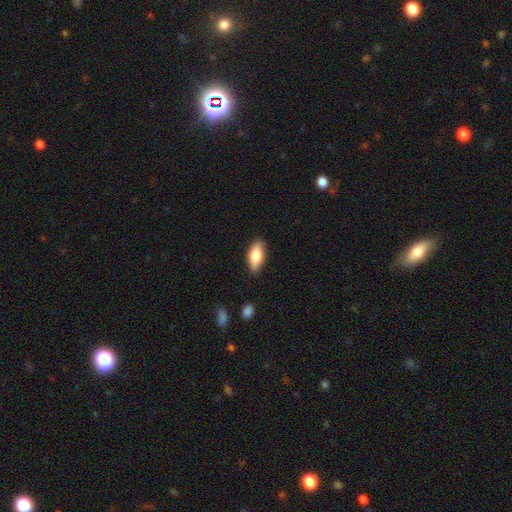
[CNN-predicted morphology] Smooth or featured? Predicted: smooth (p=0.79). How rounded? Predicted: in between (p=0.84). Merging? Predicted: none (p=0.84).